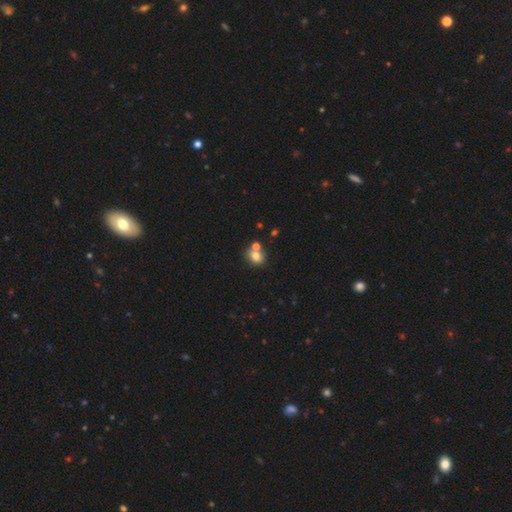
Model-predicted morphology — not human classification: Smooth or featured? smooth (76%)
How rounded? round (65%)
Merging? none (52%)